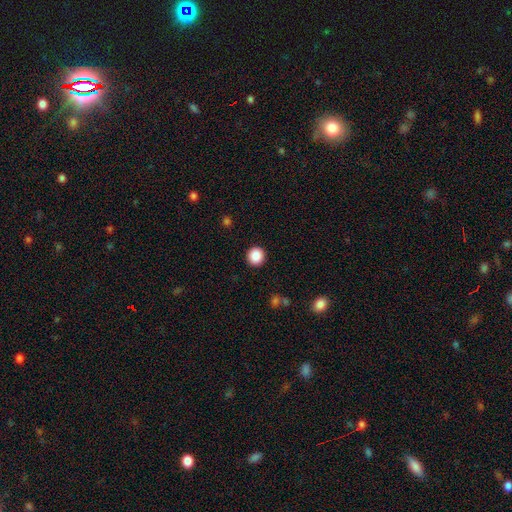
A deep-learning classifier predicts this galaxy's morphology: A smooth galaxy with no disk features (88%) that is round (93%).

Vote fractions:
- Smooth or featured? smooth: 88% / star or artifact: 9% / featured or disk: 3%
- How rounded? round: 93% / in between: 6% / cigar-shaped: 1%
- Merging? none: 92% / minor disturbance: 5% / major disturbance: 2% / merger: 1%